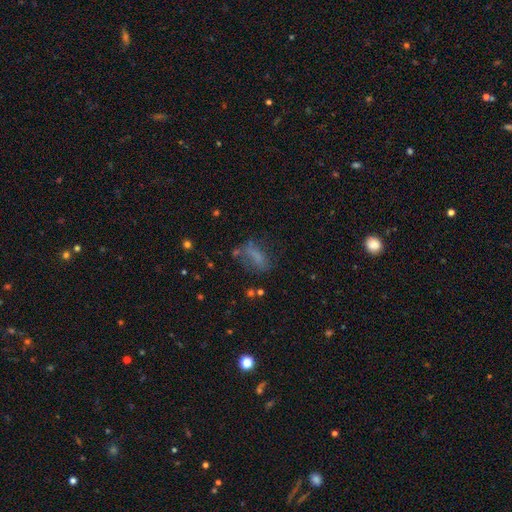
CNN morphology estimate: This appears to be a smooth galaxy with no disk features (59%) that is in between round and cigar-shaped (68%). Merging: none (48%).